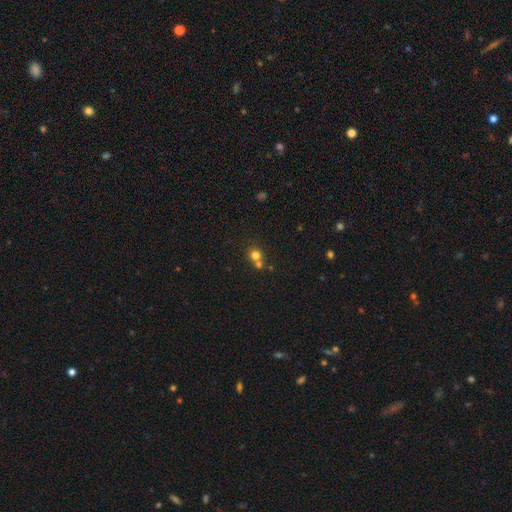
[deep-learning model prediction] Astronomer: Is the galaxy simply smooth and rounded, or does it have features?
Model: smooth — 74%.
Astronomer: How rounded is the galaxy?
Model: round — 83%.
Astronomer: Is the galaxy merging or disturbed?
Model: none — 46% (runner-up: merger, 45%).